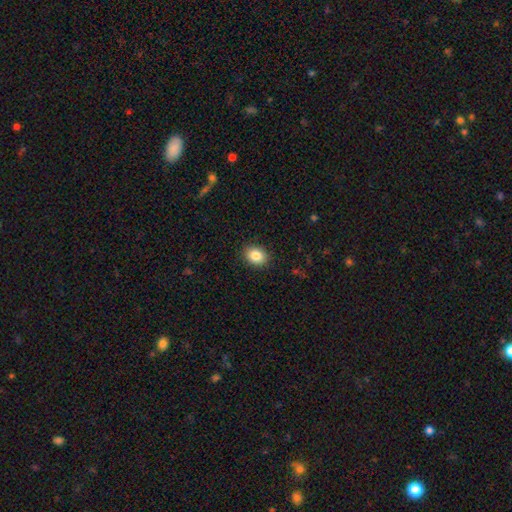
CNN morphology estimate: type=smooth (85%); roundness=in between (52%); merging=none (90%).